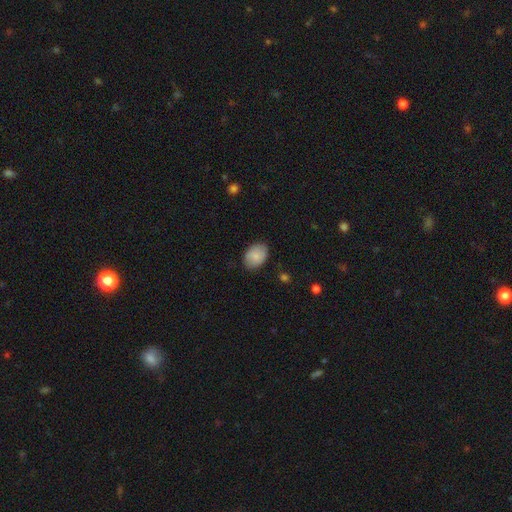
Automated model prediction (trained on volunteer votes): Smooth or featured? smooth (80%)
How rounded? in between (79%)
Merging? none (82%)